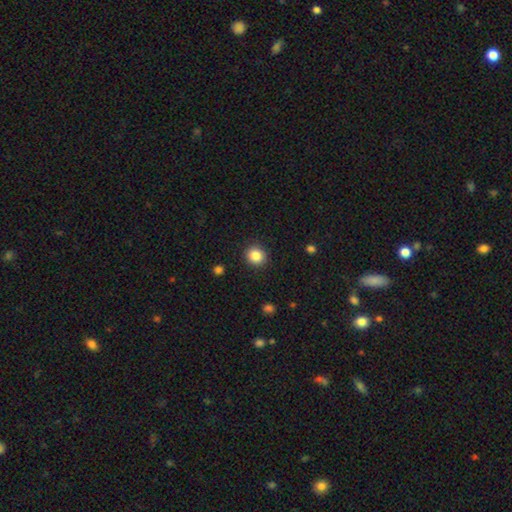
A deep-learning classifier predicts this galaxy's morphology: Smooth or featured? smooth (86%)
How rounded? round (88%)
Merging? none (91%)